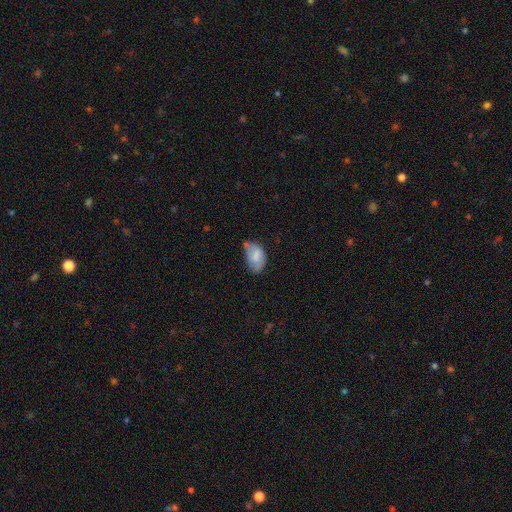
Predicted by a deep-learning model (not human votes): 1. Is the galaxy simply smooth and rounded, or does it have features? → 77% smooth, 15% featured or disk, 7% star or artifact.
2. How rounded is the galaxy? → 92% in between, 7% round, 1% cigar-shaped.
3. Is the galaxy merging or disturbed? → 43% minor disturbance, 42% none, 11% major disturbance, 5% merger.